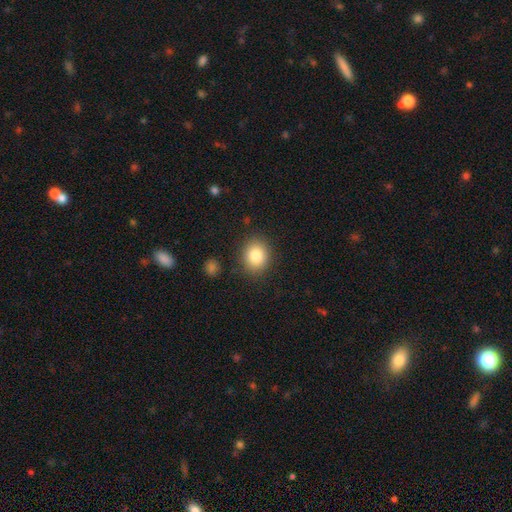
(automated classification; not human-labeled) A smooth galaxy with no disk features (83%) that is round (70%). Merging: none (87%).